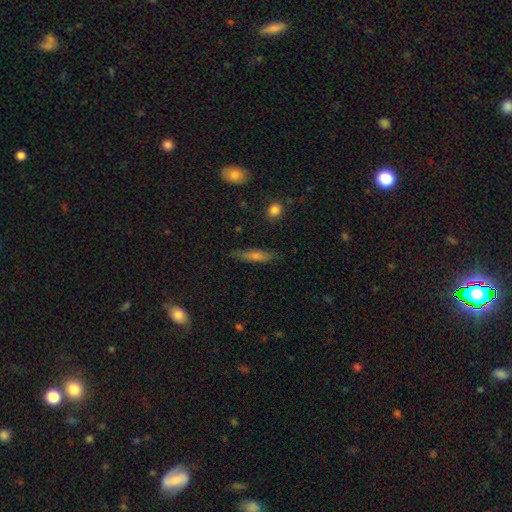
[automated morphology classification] smooth_or_featured: smooth (p=0.56) [alt: featured or disk p=0.35]
how_rounded: cigar-shaped (p=0.82) [alt: in between p=0.15]
merging: none (p=0.84) [alt: minor disturbance p=0.12]